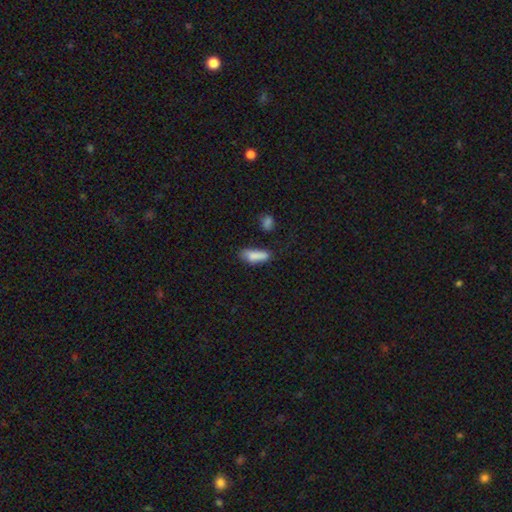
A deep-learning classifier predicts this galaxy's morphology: smooth-or-featured: smooth: 82% | featured or disk: 9% | star or artifact: 8%
  how-rounded: in between: 60% | cigar-shaped: 37% | round: 3%
  merging: none: 53% | minor disturbance: 28% | major disturbance: 10% | merger: 10%